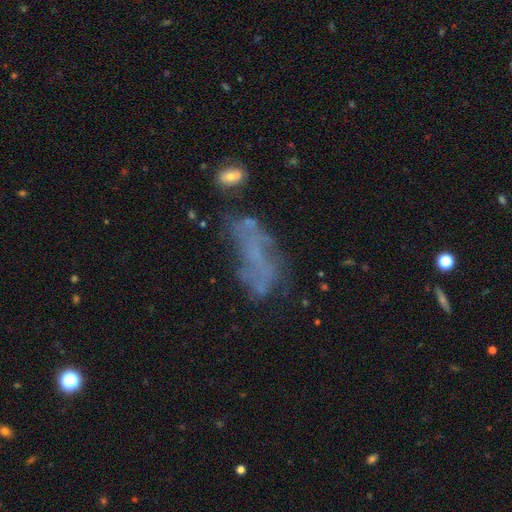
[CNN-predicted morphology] Smooth or featured? Predicted: featured or disk (p=0.49). Merging? Predicted: none (p=0.34).